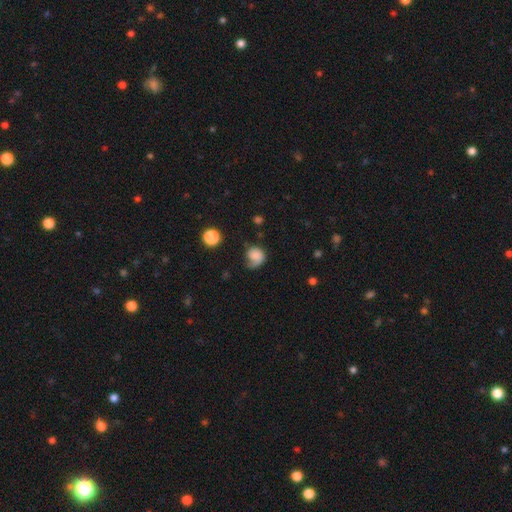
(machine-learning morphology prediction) smooth 66%, featured or disk 24%, star or artifact 10%. Down the decision tree: how rounded — round (67%); merging — none (35%).